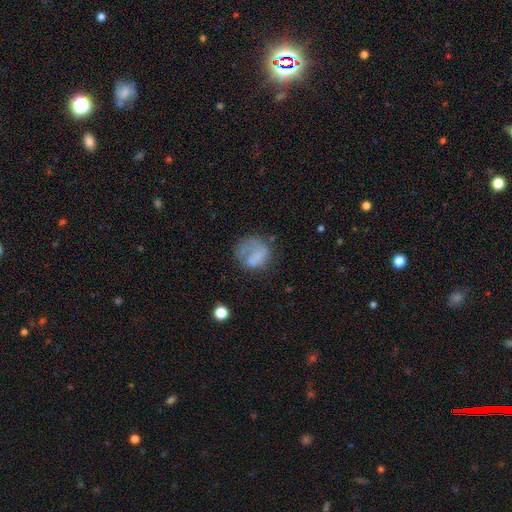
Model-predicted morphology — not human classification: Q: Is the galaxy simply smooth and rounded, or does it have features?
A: smooth — 59%.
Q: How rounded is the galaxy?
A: round — 75%.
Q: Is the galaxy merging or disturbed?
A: none — 43%.